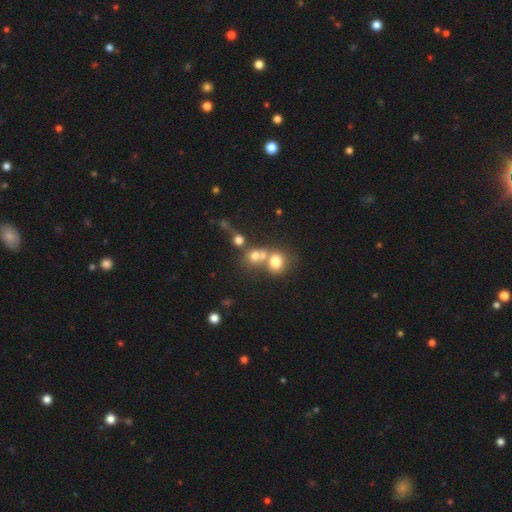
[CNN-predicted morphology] This appears to be a smooth galaxy with no disk features (68%) that is round (72%). Merging: merger (51%).